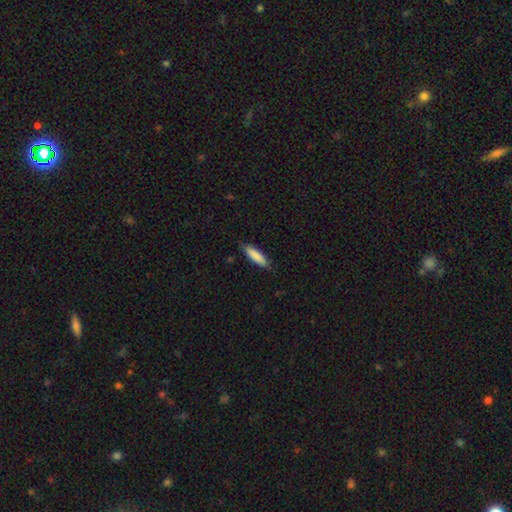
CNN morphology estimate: The model was most divided on "how rounded": cigar-shaped: 67%, in between: 32%, round: 1%. More confident: smooth or featured — smooth (85%); merging — none (82%).